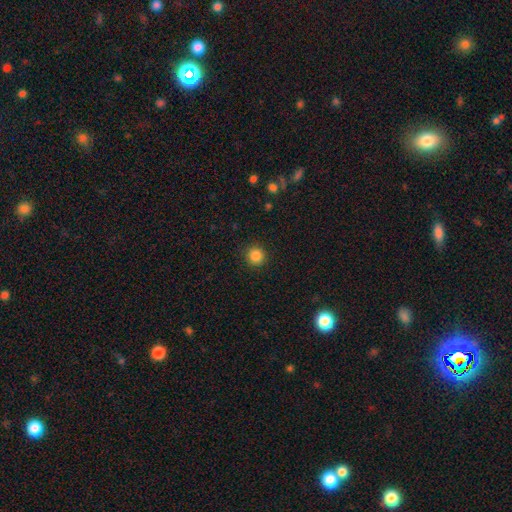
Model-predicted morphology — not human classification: This is clearly a smooth galaxy (86%). How rounded: clearly round (94%). Merging: clearly none (92%).